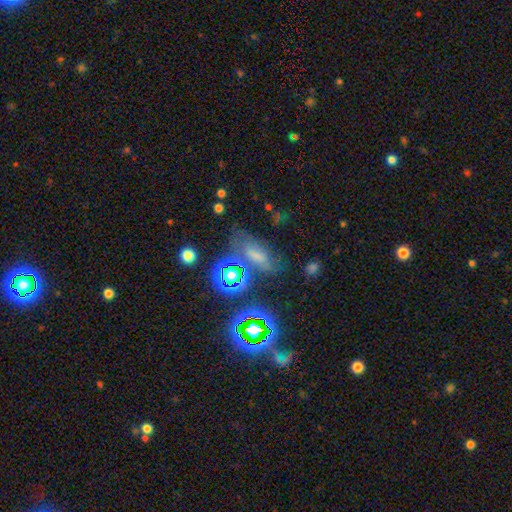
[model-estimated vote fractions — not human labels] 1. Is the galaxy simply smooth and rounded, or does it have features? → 51% smooth, 29% star or artifact, 20% featured or disk.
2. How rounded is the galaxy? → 70% in between, 18% cigar-shaped, 12% round.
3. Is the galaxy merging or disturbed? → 56% none, 22% minor disturbance, 14% major disturbance, 8% merger.